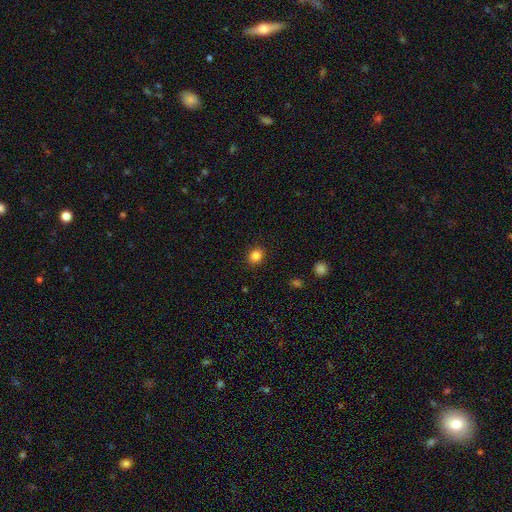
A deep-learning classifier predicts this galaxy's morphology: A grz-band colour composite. It shows a smooth galaxy with no disk features (85%) that is round (68%). Merging: none (89%).